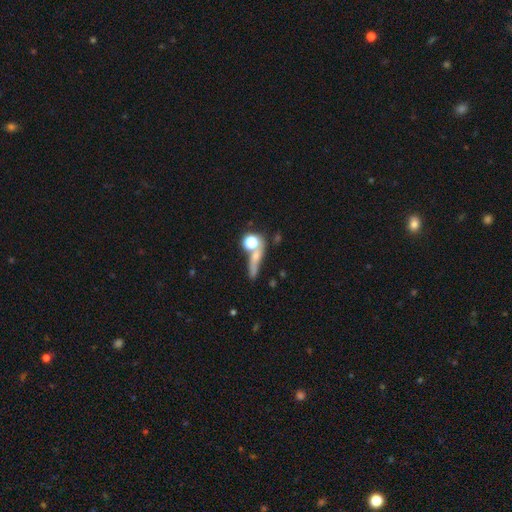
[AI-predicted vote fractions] Smooth or featured? smooth (55%)
How rounded? cigar-shaped (47%)
Merging? none (52%)